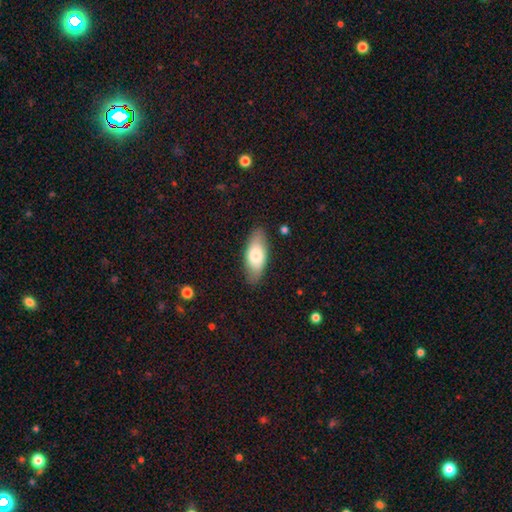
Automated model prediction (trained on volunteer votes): Overall: smooth (74%). How rounded: in between (82%). Merging: none (84%).